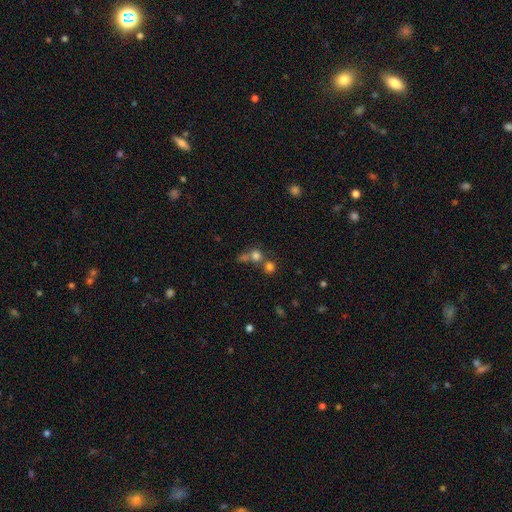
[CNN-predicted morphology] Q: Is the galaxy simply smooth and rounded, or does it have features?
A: smooth — 70%.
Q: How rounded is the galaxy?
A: round — 86%.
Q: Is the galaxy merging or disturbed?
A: none — 45%.